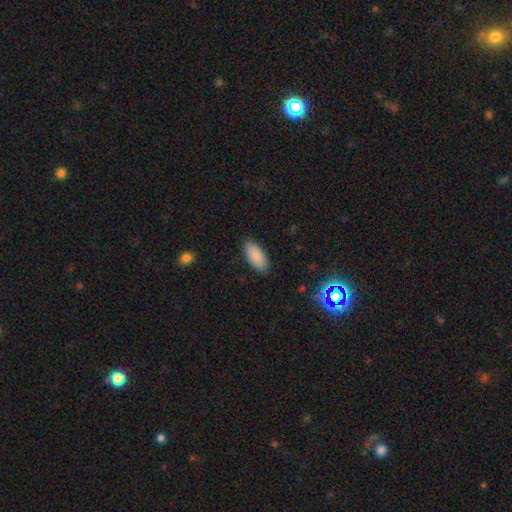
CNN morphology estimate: smooth 89%, star or artifact 6%, featured or disk 5%. Down the decision tree: how rounded — in between (90%); merging — none (86%).